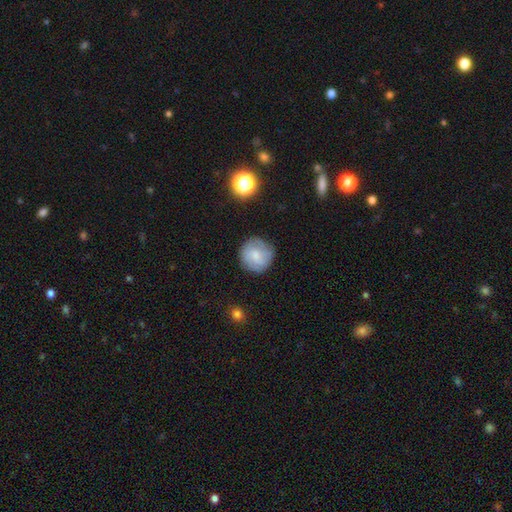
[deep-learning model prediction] Overall: smooth (59%; featured or disk 32%). How rounded: round (91%). Merging: none (76%).